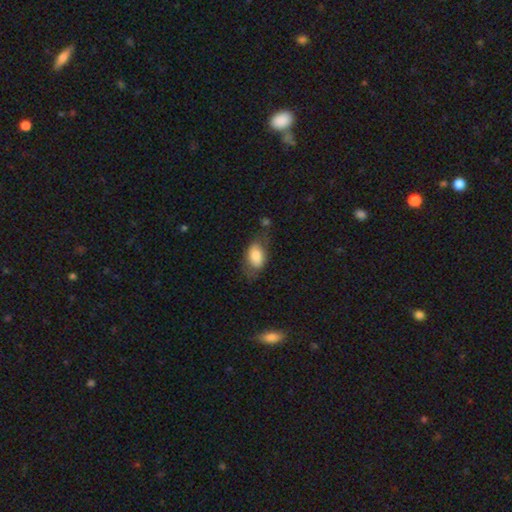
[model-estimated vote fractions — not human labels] Overall: smooth (75%). How rounded: in between (89%). Merging: none (53%; minor disturbance 27%).